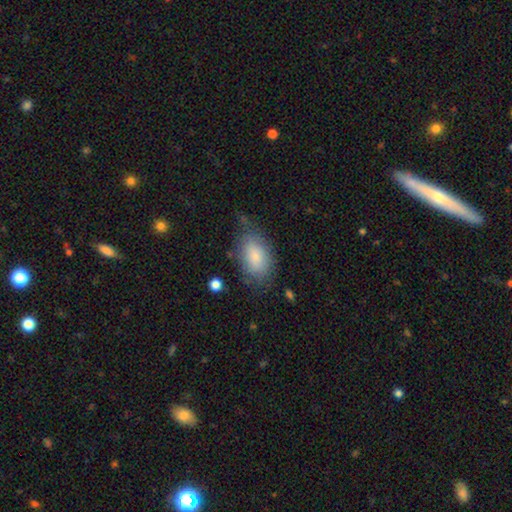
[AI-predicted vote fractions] Overall: smooth (80%). How rounded: in between (91%). Merging: none (66%).